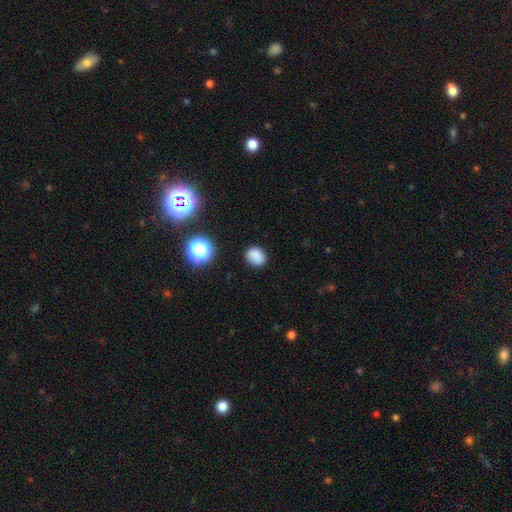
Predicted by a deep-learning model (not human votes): A smooth galaxy with no disk features (82%) that is round (58%). Merging: none (85%).